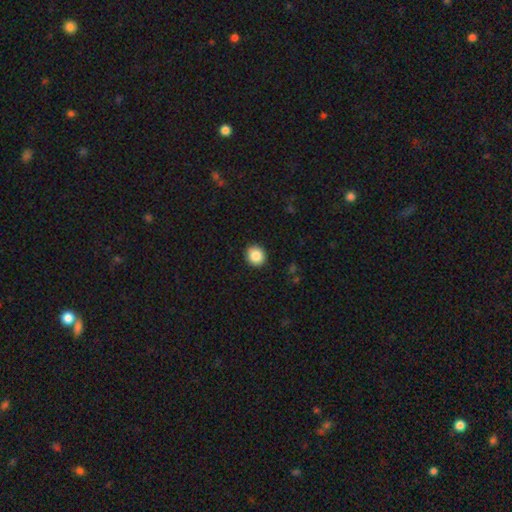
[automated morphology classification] type=smooth (86%); roundness=round (85%); merging=none (92%).